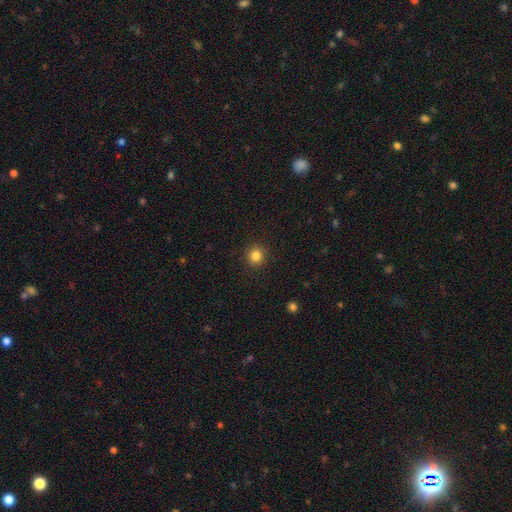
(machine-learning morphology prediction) A smooth galaxy with no disk features (84%) that is round (91%).

Vote fractions:
- Smooth or featured? smooth: 84% / star or artifact: 12% / featured or disk: 5%
- How rounded? round: 91% / in between: 8% / cigar-shaped: 1%
- Merging? none: 92% / minor disturbance: 6% / major disturbance: 2% / merger: 1%